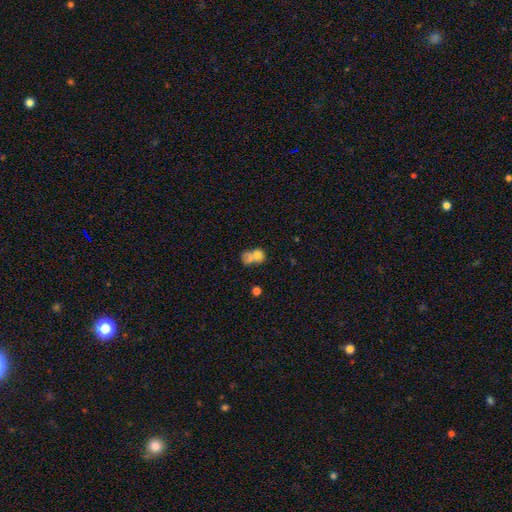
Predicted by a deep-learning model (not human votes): Overall: smooth (68%). How rounded: in between (53%; round 46%). Merging: merger (57%; none 22%).